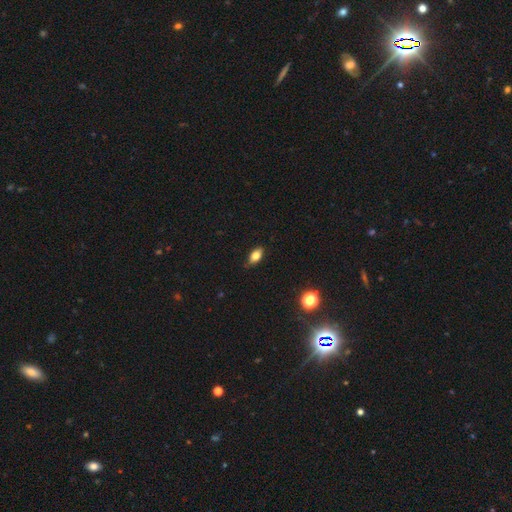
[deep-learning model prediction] This is likely a smooth galaxy (76%). How rounded: clearly in between (86%). Merging: clearly none (83%).